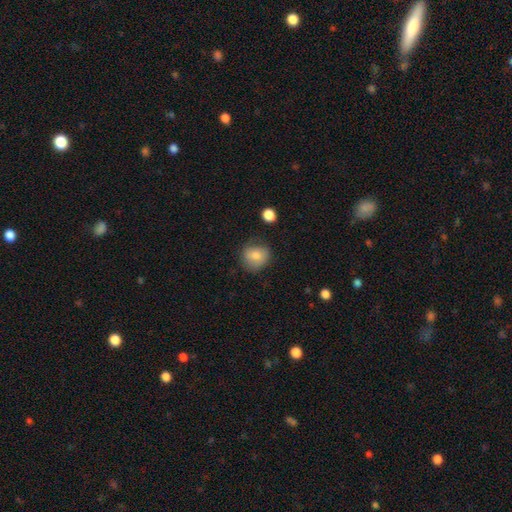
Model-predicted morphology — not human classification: smooth 79%, featured or disk 12%, star or artifact 9%. Down the decision tree: how rounded — round (77%); merging — none (72%).